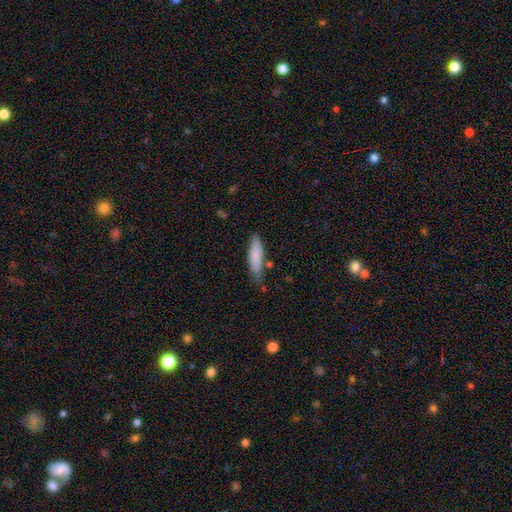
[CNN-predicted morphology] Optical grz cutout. It shows a smooth galaxy with no disk features (80%) that is cigar-shaped (64%). Merging: none (71%).